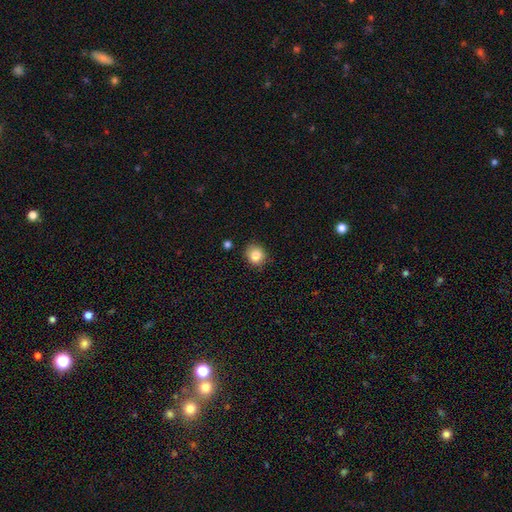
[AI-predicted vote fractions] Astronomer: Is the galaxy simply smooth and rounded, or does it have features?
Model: smooth — 84%.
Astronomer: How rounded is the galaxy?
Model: round — 82%.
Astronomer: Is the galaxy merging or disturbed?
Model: none — 85%.